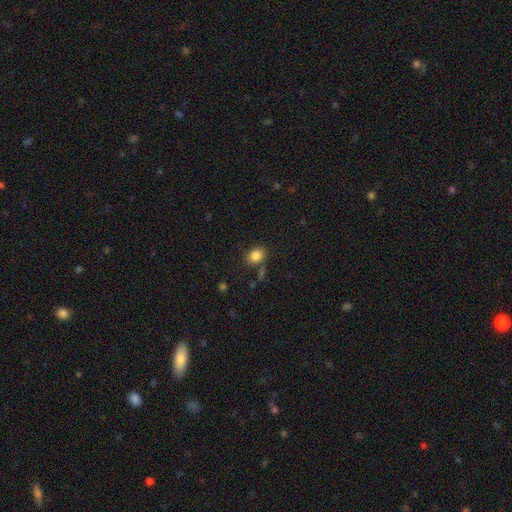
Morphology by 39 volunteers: Smooth or featured: smooth — 95% (star or artifact — 5%)
How rounded: round — 51% (in between — 49%)
Merging: none — 68% (major disturbance — 14%)